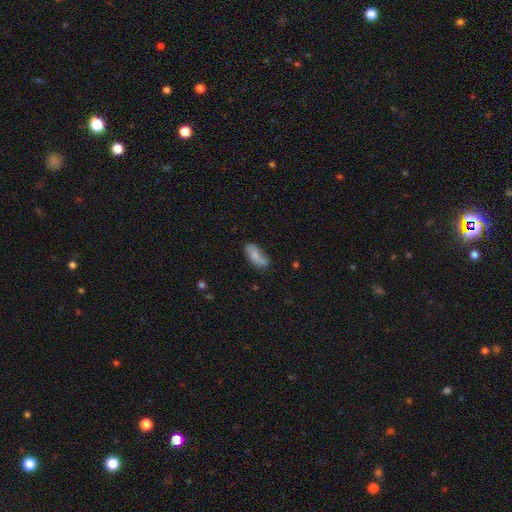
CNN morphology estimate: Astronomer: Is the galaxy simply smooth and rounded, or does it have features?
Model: smooth — 68%.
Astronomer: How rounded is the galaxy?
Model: in between — 84%.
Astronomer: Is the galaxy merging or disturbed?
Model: none — 58%.